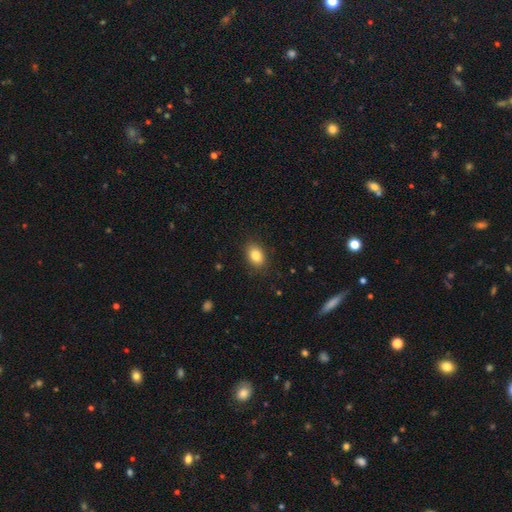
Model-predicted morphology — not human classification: A smooth galaxy with no disk features (84%) that is in between round and cigar-shaped (81%). Merging: none (86%).